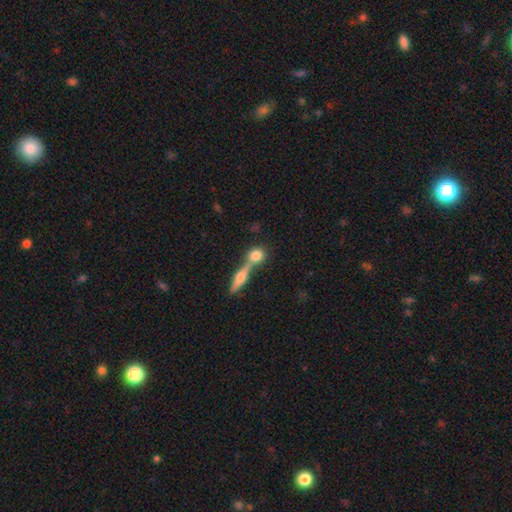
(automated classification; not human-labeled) This is likely a smooth galaxy (73%). How rounded: likely round (70%). Merging: marginally none (45%).